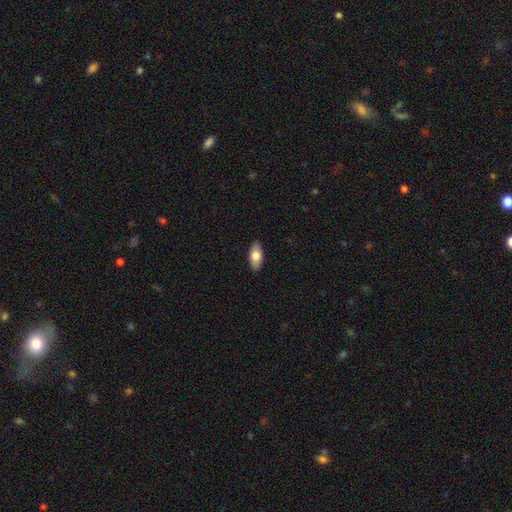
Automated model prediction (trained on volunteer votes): The model was most divided on "smooth or featured": smooth: 76%, featured or disk: 18%, star or artifact: 6%. More confident: how rounded — in between (90%); merging — none (89%).